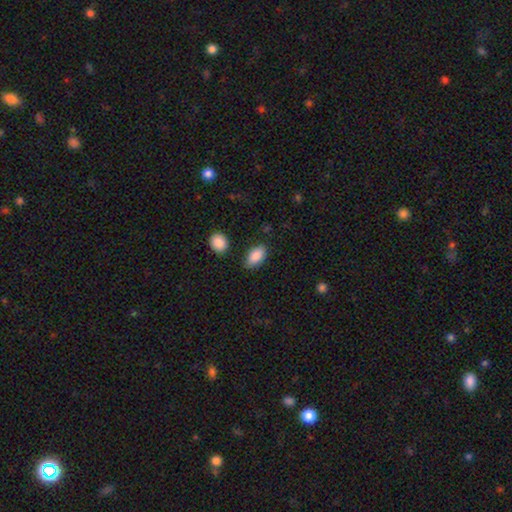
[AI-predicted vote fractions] The model was most divided on "merging": none: 80%, minor disturbance: 14%, major disturbance: 3%, merger: 3%. More confident: how rounded — in between (93%); smooth or featured — smooth (88%).